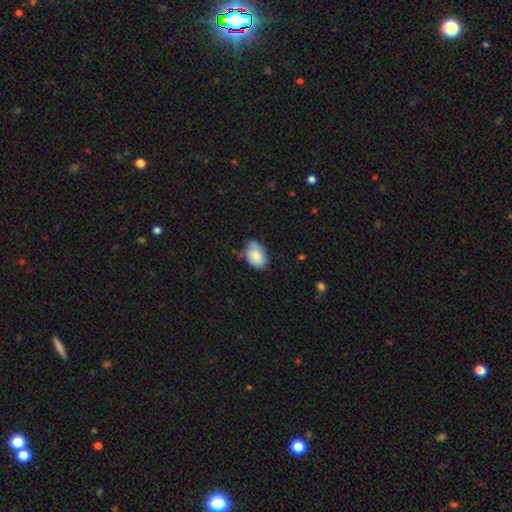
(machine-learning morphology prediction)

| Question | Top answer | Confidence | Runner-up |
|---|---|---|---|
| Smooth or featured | smooth | 82% | featured or disk (11%) |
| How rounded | in between | 87% | round (11%) |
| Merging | none | 64% | minor disturbance (29%) |